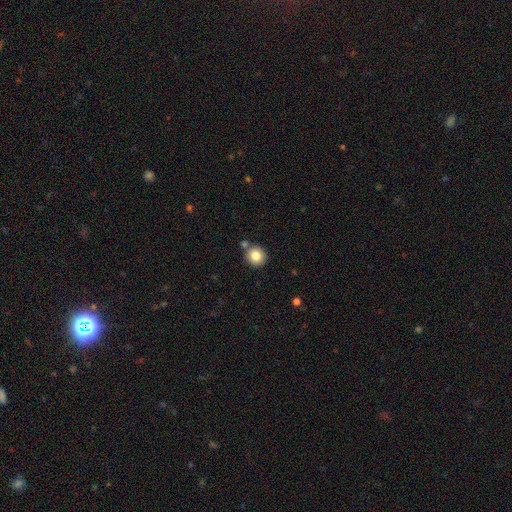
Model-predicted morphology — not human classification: smooth_or_featured: smooth (p=0.83) [alt: star or artifact p=0.10]
how_rounded: round (p=0.92) [alt: in between p=0.07]
merging: none (p=0.78) [alt: merger p=0.12]